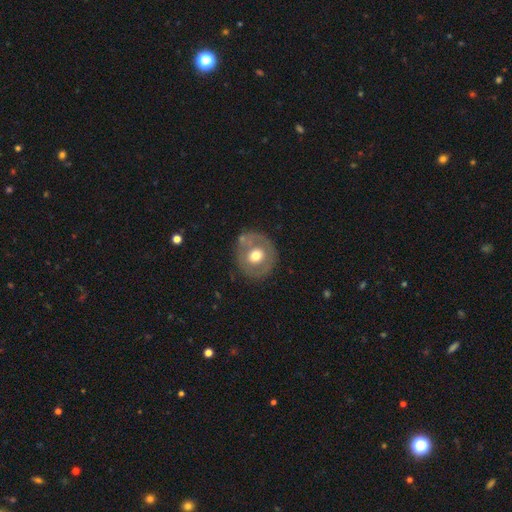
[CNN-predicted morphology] The model was most divided on "smooth or featured": smooth: 50%, featured or disk: 43%, star or artifact: 7%. More confident: merging — none (76%).